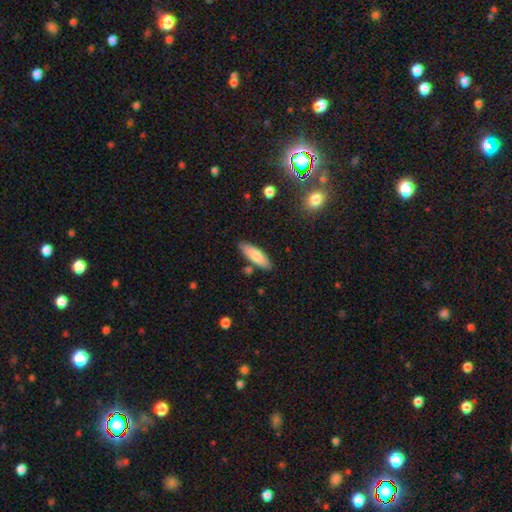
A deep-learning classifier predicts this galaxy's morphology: Overall: smooth (81%). How rounded: cigar-shaped (52%; in between 46%). Merging: none (84%).